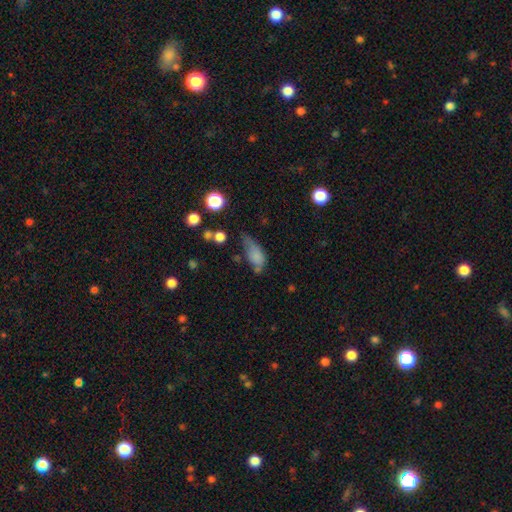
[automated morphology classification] A smooth galaxy with no disk features (74%) that is in between round and cigar-shaped (82%). Merging: minor disturbance (36%).